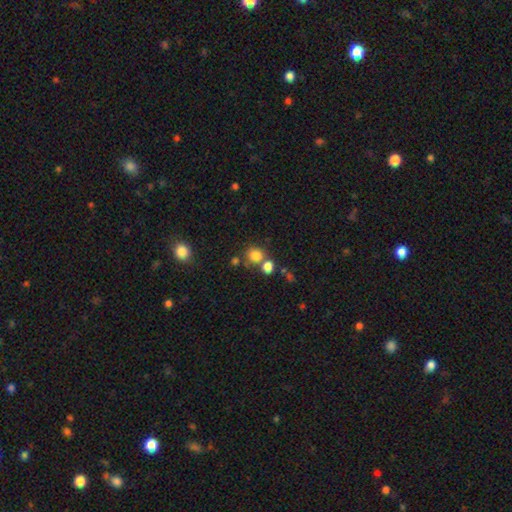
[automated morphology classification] smooth 80%, star or artifact 14%, featured or disk 7%. Down the decision tree: how rounded — round (82%); merging — none (58%).